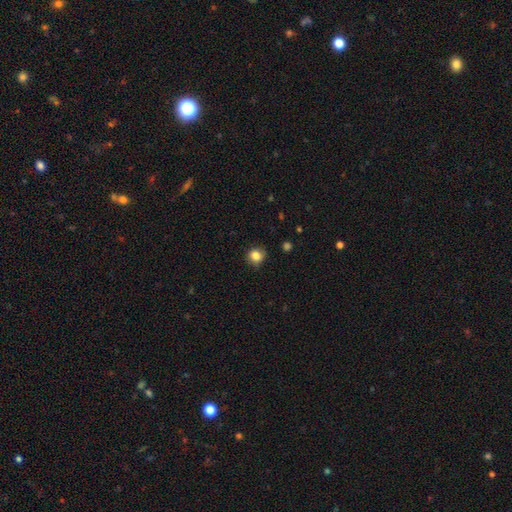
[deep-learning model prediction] The model was most divided on "how rounded": round: 83%, in between: 16%, cigar-shaped: 1%. More confident: smooth or featured — smooth (83%); merging — none (82%).